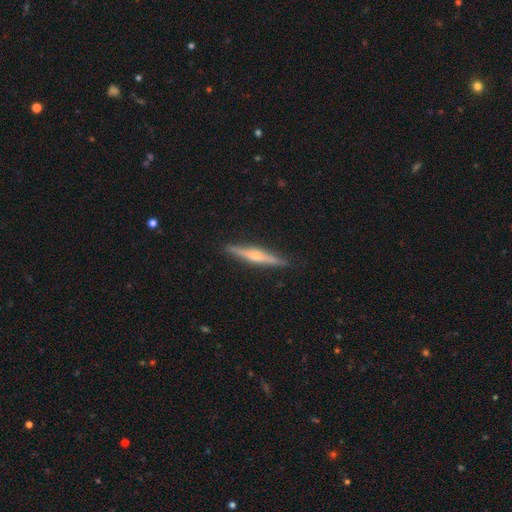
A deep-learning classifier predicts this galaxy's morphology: A featured or disk galaxy (67%) viewed edge-on (98%) with a rounded central bulge (78%). Merging: none (90%).